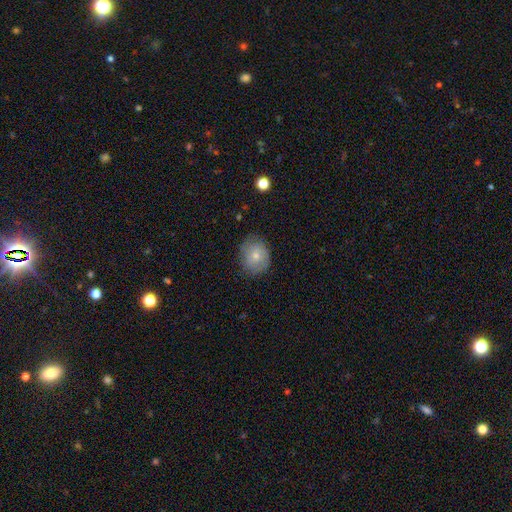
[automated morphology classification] smooth-or-featured: smooth: 72% | featured or disk: 20% | star or artifact: 8%
  how-rounded: round: 63% | in between: 36% | cigar-shaped: 1%
  merging: none: 73% | minor disturbance: 20% | major disturbance: 6% | merger: 1%